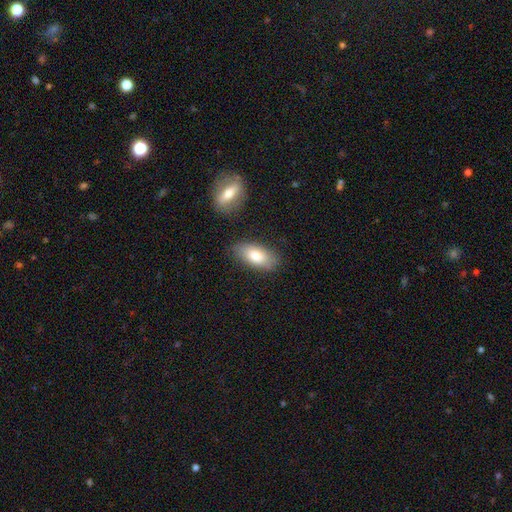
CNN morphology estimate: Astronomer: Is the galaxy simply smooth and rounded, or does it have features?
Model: smooth — 79%.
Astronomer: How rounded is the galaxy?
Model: in between — 89%.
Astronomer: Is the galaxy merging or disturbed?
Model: none — 81%.